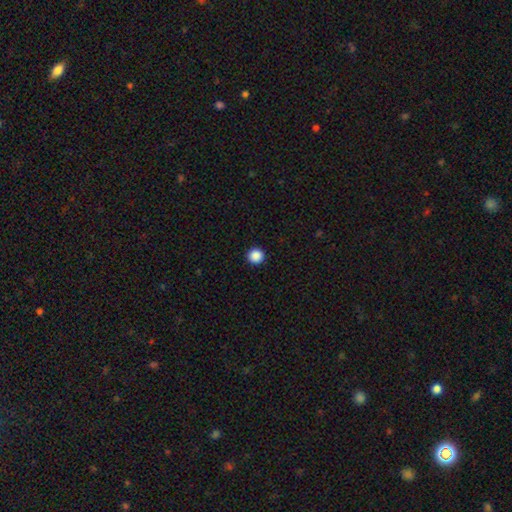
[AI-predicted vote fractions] This appears to be a smooth galaxy with no disk features (88%) that is round (95%). Merging: none (94%).